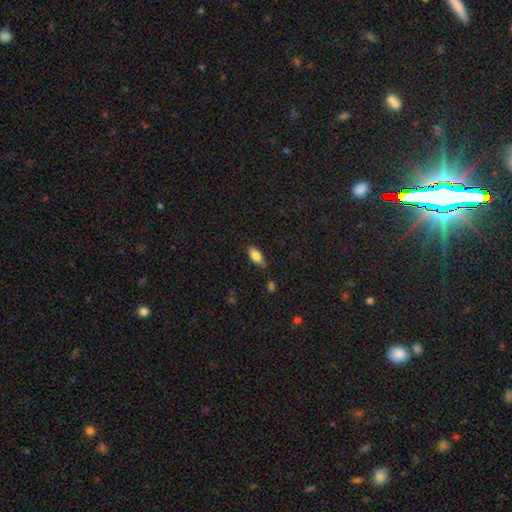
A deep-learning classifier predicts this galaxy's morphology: A smooth galaxy with no disk features (79%) that is in between round and cigar-shaped (86%).

Vote fractions:
- Smooth or featured? smooth: 79% / featured or disk: 13% / star or artifact: 8%
- How rounded? in between: 86% / cigar-shaped: 11% / round: 3%
- Merging? none: 74% / minor disturbance: 19% / major disturbance: 4% / merger: 3%